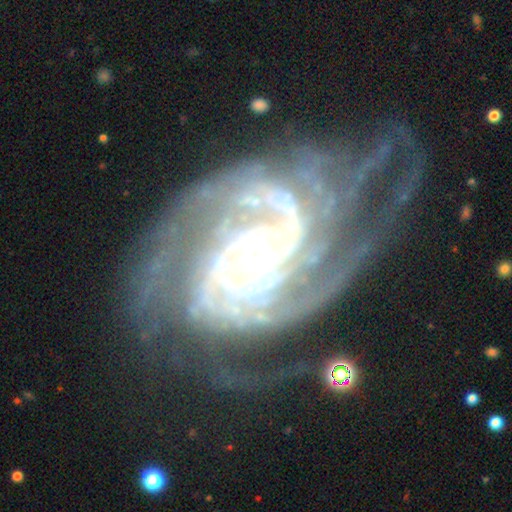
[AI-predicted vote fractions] Smooth or featured: featured or disk — 93% (star or artifact — 5%)
Edge-on disk: no — 97% (yes — 3%)
Bar: no — 60% (weak — 25%)
Spiral arms: yes — 98% (no — 2%)
Spiral winding: tight — 71% (medium — 25%)
Spiral arm count: 2 — 22% (3 — 21%)
Bulge size: moderate — 59% (small — 29%)
Merging: none — 61% (minor disturbance — 20%)